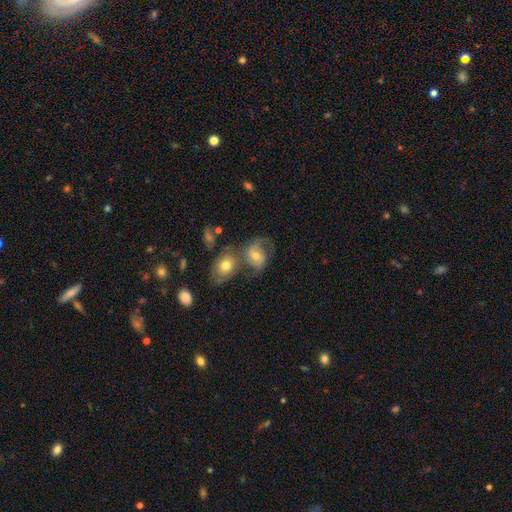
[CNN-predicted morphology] Smooth or featured: featured or disk — 61% (smooth — 30%)
Edge-on disk: no — 97% (yes — 3%)
Bar: no — 58% (weak — 34%)
Spiral arms: yes — 86% (no — 14%)
Spiral winding: medium — 47% (loose — 32%)
Spiral arm count: 2 — 69% (1 — 17%)
Bulge size: moderate — 61% (small — 29%)
Merging: merger — 35% (none — 33%)